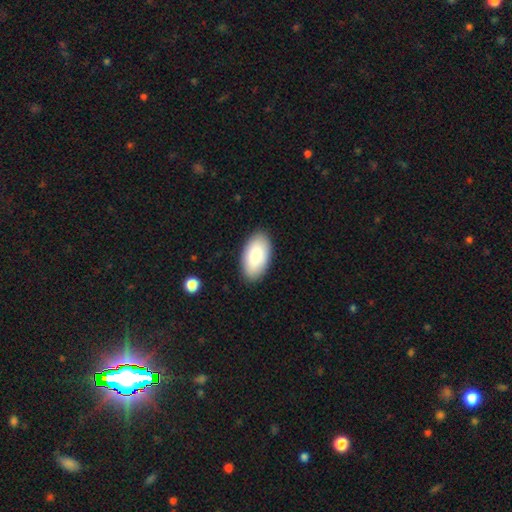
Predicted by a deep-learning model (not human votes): Smooth or featured: smooth — 87% (featured or disk — 7%)
How rounded: in between — 96% (round — 2%)
Merging: none — 88% (minor disturbance — 9%)